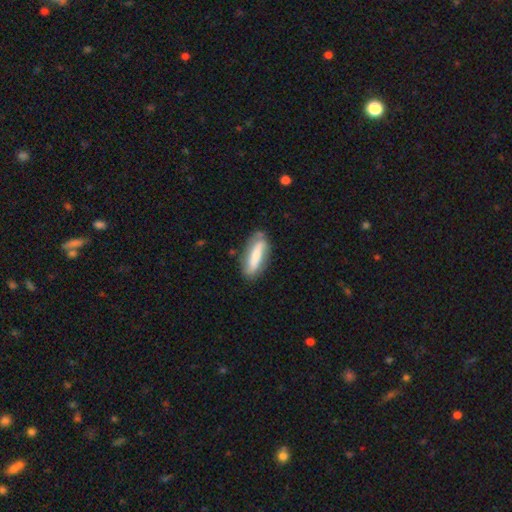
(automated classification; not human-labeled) Overall: smooth (64%; featured or disk 30%). How rounded: cigar-shaped (55%; in between 43%). Merging: none (73%).